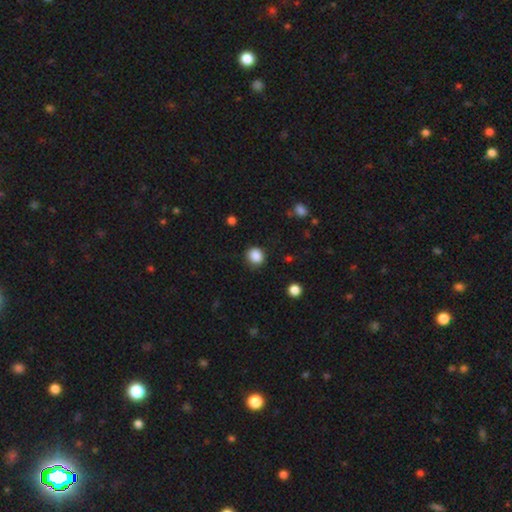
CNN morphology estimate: Q: Smooth or featured?
A: smooth (87%); runner-up: star or artifact (10%)
Q: How rounded?
A: round (82%); runner-up: in between (17%)
Q: Merging?
A: none (86%); runner-up: minor disturbance (10%)